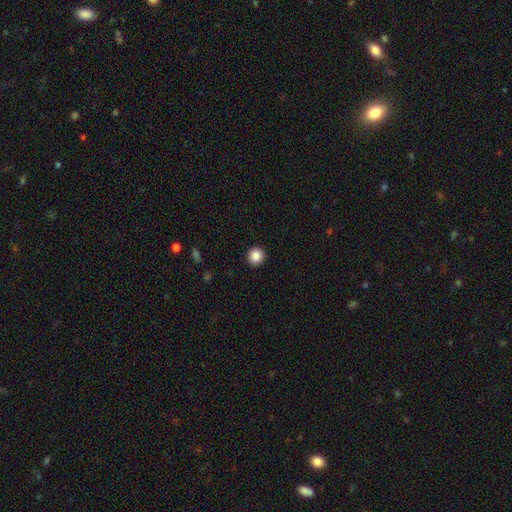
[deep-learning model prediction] smooth-or-featured: smooth: 86% | star or artifact: 10% | featured or disk: 4%
  how-rounded: round: 94% | in between: 5% | cigar-shaped: 1%
  merging: none: 93% | minor disturbance: 4% | major disturbance: 1% | merger: 1%